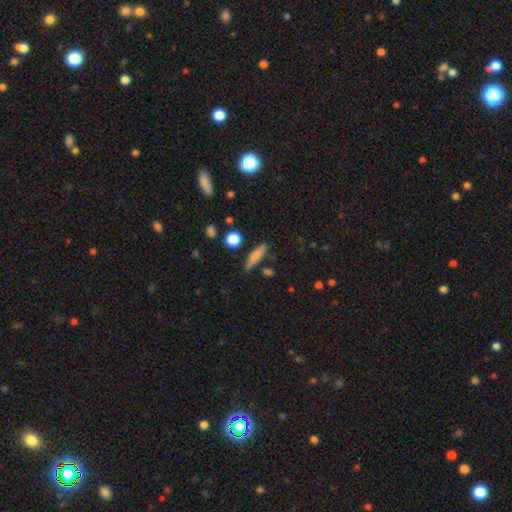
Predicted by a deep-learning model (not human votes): smooth_or_featured: smooth (p=0.78) [alt: featured or disk p=0.14]
how_rounded: cigar-shaped (p=0.71) [alt: in between p=0.25]
merging: none (p=0.77) [alt: minor disturbance p=0.14]